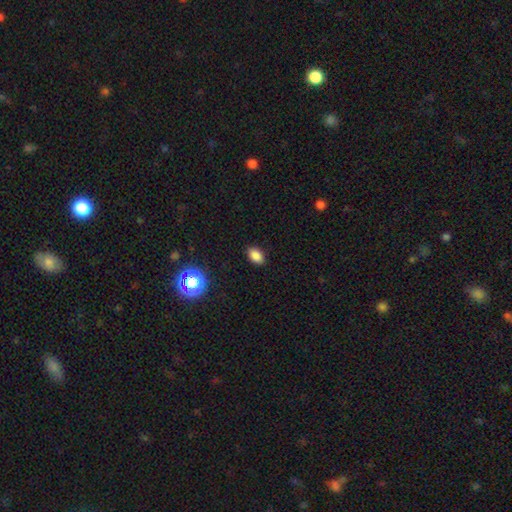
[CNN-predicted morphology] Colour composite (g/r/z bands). It shows a smooth galaxy with no disk features (83%) that is in between round and cigar-shaped (86%). Merging: none (89%).